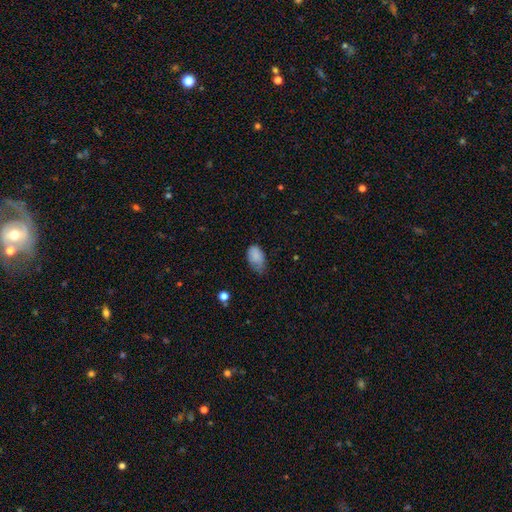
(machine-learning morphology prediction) Q: Smooth or featured?
A: smooth (83%); runner-up: star or artifact (9%)
Q: How rounded?
A: in between (90%); runner-up: round (9%)
Q: Merging?
A: minor disturbance (46%); runner-up: none (37%)